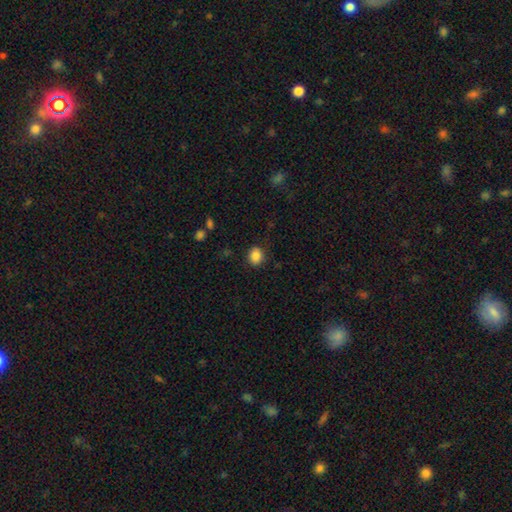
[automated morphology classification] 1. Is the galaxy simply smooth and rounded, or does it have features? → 87% smooth, 9% star or artifact, 4% featured or disk.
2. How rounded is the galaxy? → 66% round, 33% in between, 1% cigar-shaped.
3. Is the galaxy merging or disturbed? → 87% none, 9% minor disturbance, 3% major disturbance, 1% merger.